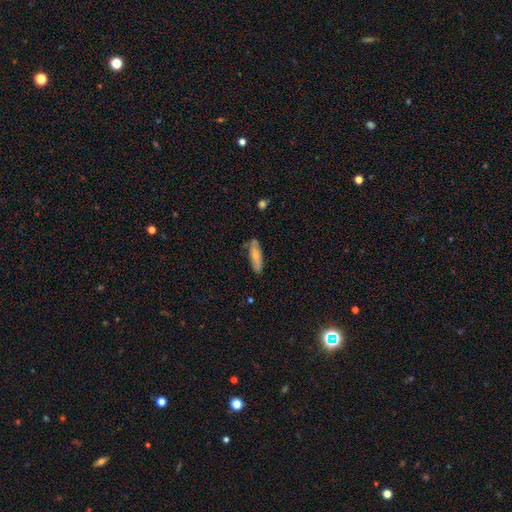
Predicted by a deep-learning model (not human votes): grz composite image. It shows a smooth galaxy with no disk features (71%) that is cigar-shaped (57%). Merging: none (71%).